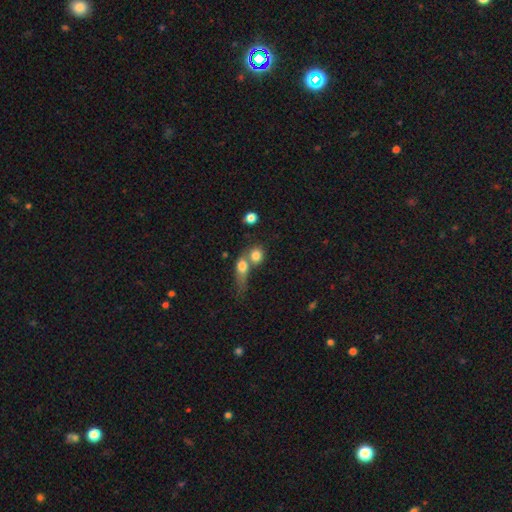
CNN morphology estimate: smooth 79%, featured or disk 12%, star or artifact 10%. Down the decision tree: how rounded — round (70%); merging — merger (54%).